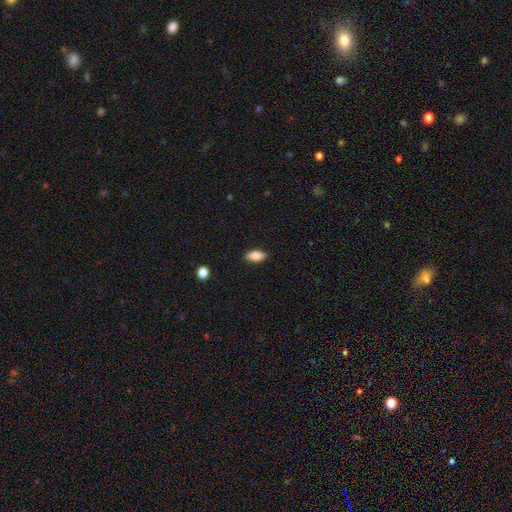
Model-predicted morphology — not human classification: Smooth or featured?
  - smooth: 86% *
  - star or artifact: 7%
  - featured or disk: 7%
How rounded?
  - in between: 86% *
  - cigar-shaped: 11%
  - round: 3%
Merging?
  - none: 87% *
  - minor disturbance: 10%
  - major disturbance: 2%
  - merger: 1%